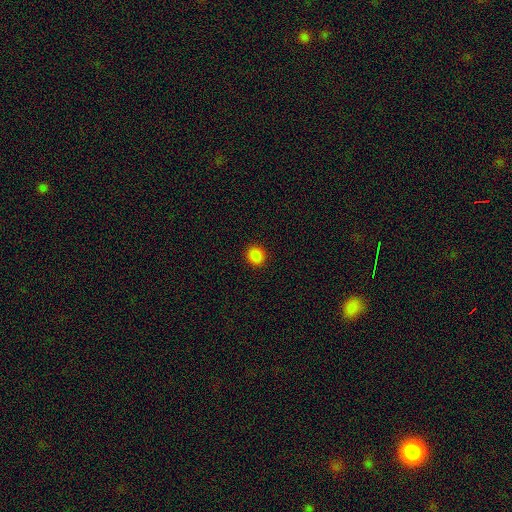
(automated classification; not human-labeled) The model was most divided on "how rounded": round: 84%, in between: 15%, cigar-shaped: 1%. More confident: merging — none (92%); smooth or featured — smooth (86%).